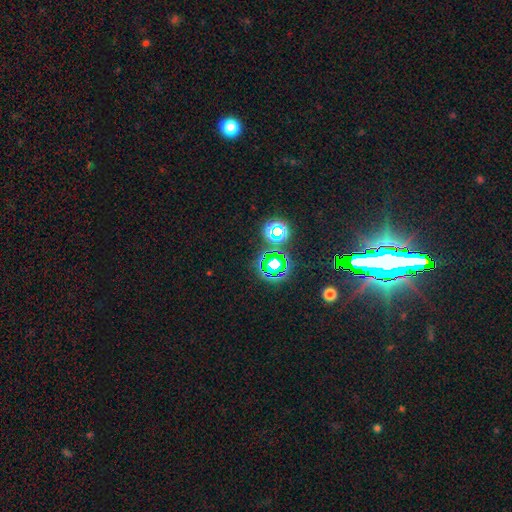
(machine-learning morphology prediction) smooth_or_featured: star or artifact (p=0.83) [alt: smooth p=0.10]